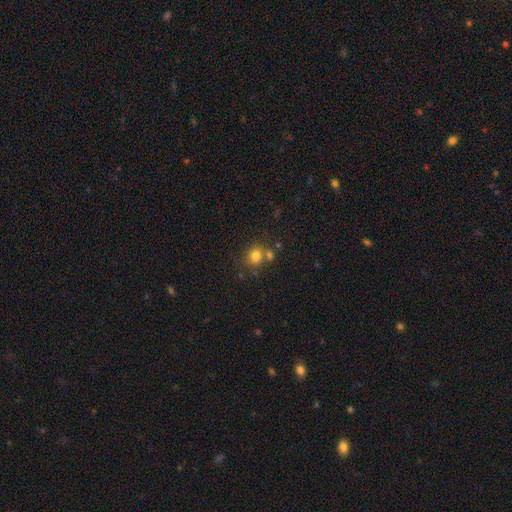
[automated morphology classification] Overall: smooth (79%). How rounded: round (71%). Merging: none (59%; merger 25%).